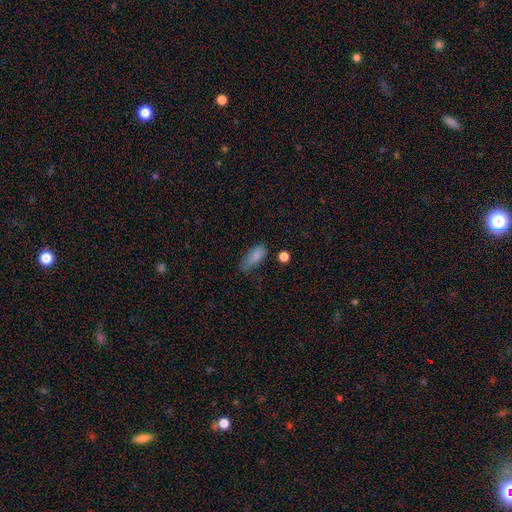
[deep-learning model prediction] smooth_or_featured: smooth (p=0.82) [alt: star or artifact p=0.09]
how_rounded: in between (p=0.81) [alt: cigar-shaped p=0.15]
merging: none (p=0.43) [alt: minor disturbance p=0.37]